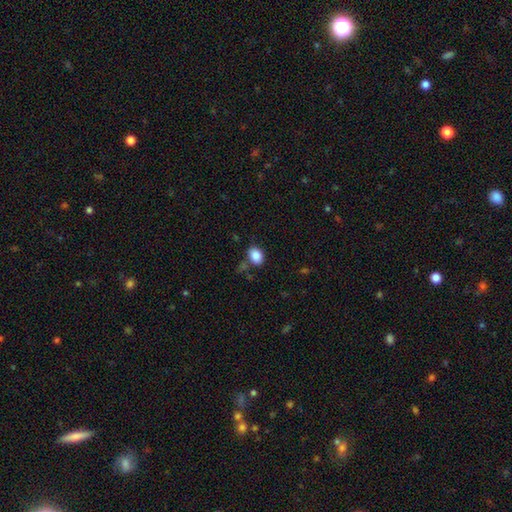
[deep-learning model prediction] The model was most divided on "how rounded": in between: 74%, round: 25%, cigar-shaped: 1%. More confident: smooth or featured — smooth (88%); merging — none (72%).